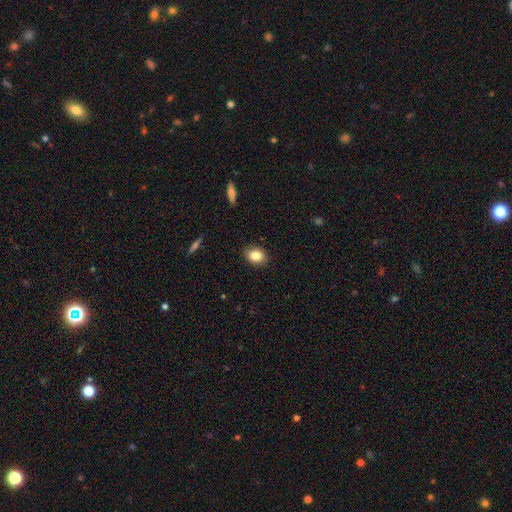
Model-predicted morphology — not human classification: Overall: smooth (84%). How rounded: in between (69%; round 29%). Merging: none (88%).